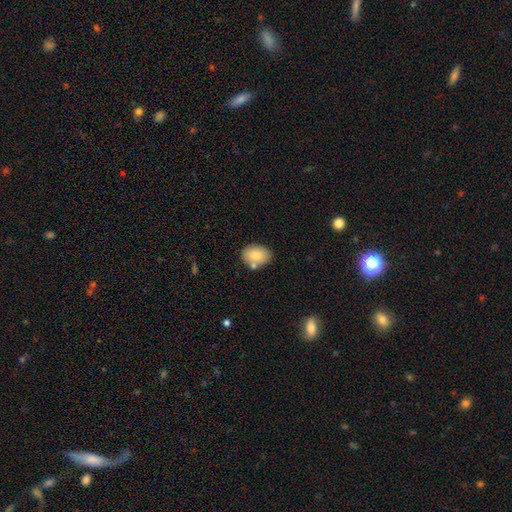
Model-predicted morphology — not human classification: Smooth or featured? smooth (83%)
How rounded? in between (78%)
Merging? none (73%)